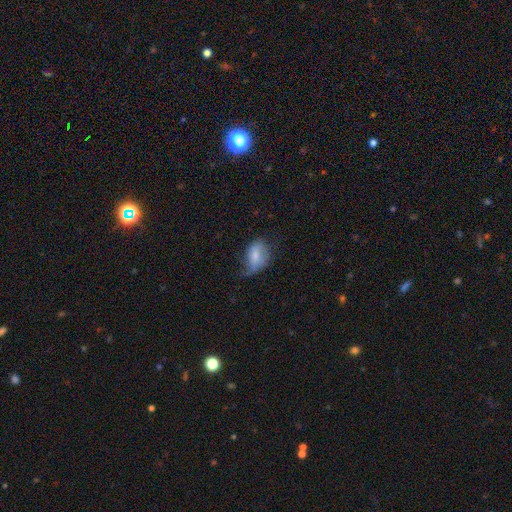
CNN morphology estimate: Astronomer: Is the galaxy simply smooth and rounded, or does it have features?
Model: smooth — 58% (runner-up: featured or disk, 34%).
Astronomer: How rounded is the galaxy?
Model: in between — 85%.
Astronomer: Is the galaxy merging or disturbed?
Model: minor disturbance — 36% (runner-up: none, 35%).